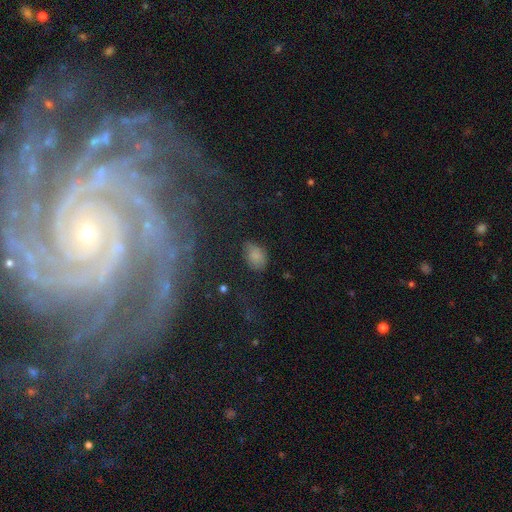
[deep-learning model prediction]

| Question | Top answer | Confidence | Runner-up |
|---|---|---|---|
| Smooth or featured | smooth | 75% | star or artifact (14%) |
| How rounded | in between | 85% | round (14%) |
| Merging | none | 63% | minor disturbance (25%) |